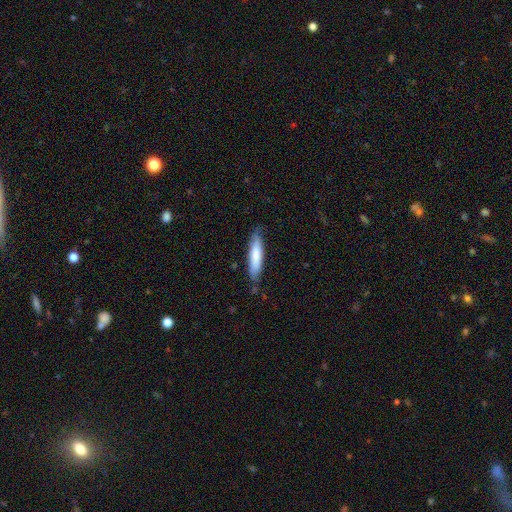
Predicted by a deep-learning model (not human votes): A smooth galaxy with no disk features (78%) that is cigar-shaped (77%). Merging: none (80%).